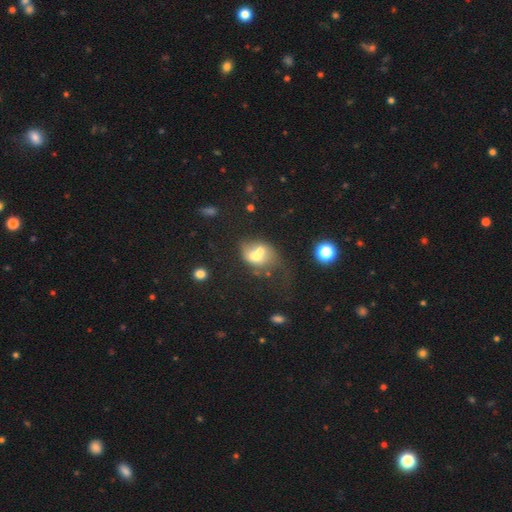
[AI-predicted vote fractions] Smooth or featured? Predicted: smooth (p=0.57). How rounded? Predicted: round (p=0.50). Merging? Predicted: merger (p=0.64).